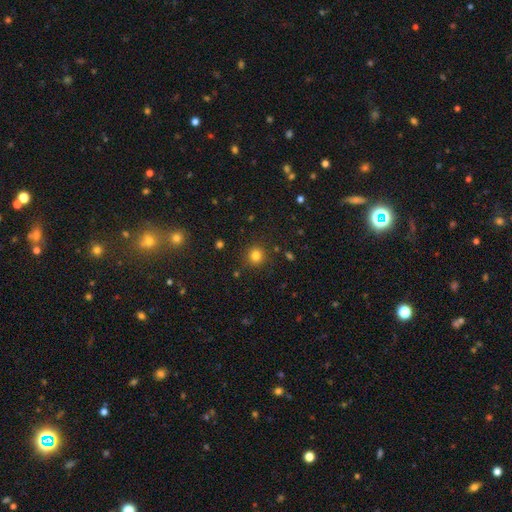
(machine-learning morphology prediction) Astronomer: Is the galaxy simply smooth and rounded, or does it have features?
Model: smooth — 80%.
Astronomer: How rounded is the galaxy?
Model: round — 92%.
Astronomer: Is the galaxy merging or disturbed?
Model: none — 89%.